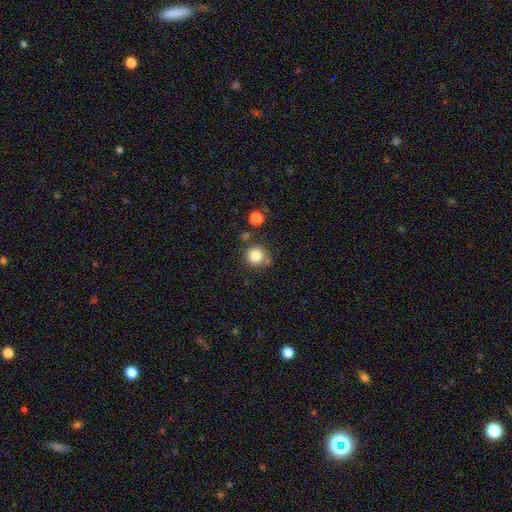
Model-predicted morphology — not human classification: type=smooth (83%); roundness=round (93%); merging=none (79%).